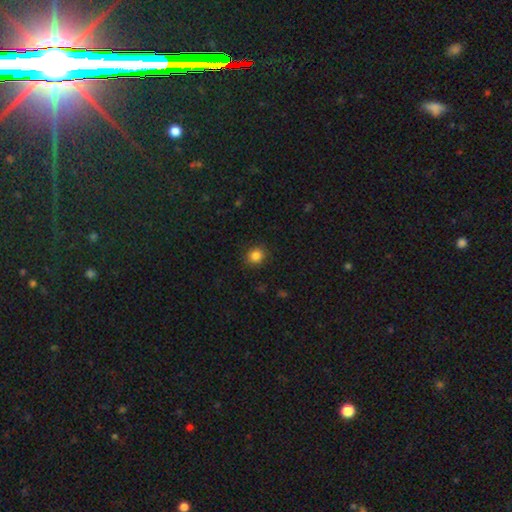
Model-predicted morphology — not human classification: A smooth galaxy with no disk features (84%) that is round (80%).

Vote fractions:
- Smooth or featured? smooth: 84% / star or artifact: 11% / featured or disk: 4%
- How rounded? round: 80% / in between: 19% / cigar-shaped: 1%
- Merging? none: 90% / minor disturbance: 7% / major disturbance: 2% / merger: 1%